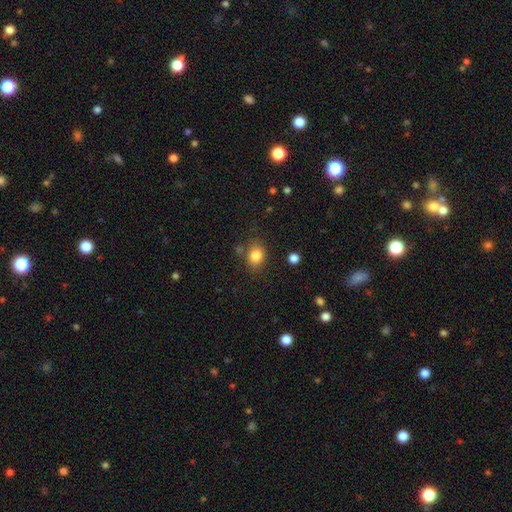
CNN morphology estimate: Smooth or featured?
  - smooth: 84% *
  - star or artifact: 10%
  - featured or disk: 7%
How rounded?
  - in between: 55% *
  - round: 44%
  - cigar-shaped: 1%
Merging?
  - none: 76% *
  - minor disturbance: 14%
  - merger: 6%
  - major disturbance: 4%